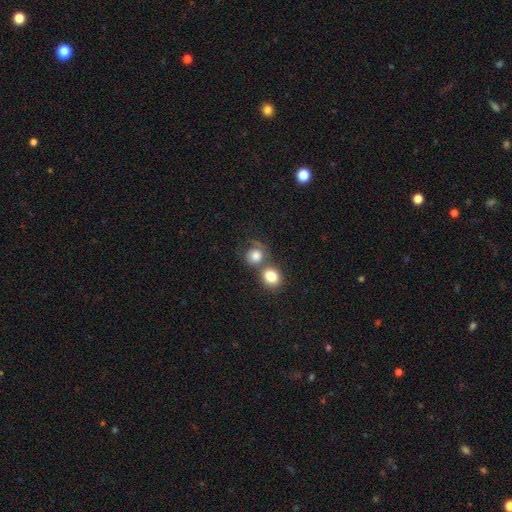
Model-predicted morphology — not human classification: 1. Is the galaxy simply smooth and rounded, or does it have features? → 76% smooth, 14% featured or disk, 9% star or artifact.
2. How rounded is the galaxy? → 78% round, 21% in between, 1% cigar-shaped.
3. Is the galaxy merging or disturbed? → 44% merger, 36% none, 12% minor disturbance, 8% major disturbance.